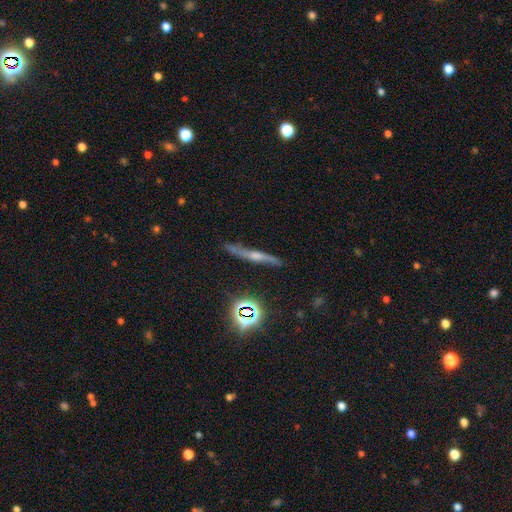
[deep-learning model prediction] featured or disk 60%, smooth 21%, star or artifact 19%. Down the decision tree: edge-on disk — yes (91%); edge-on bulge — rounded (74%); merging — none (84%).